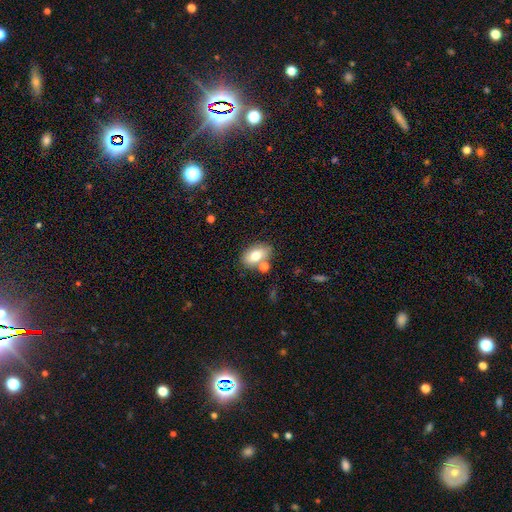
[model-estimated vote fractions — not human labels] Q: Smooth or featured?
A: smooth (73%); runner-up: featured or disk (18%)
Q: How rounded?
A: in between (85%); runner-up: round (13%)
Q: Merging?
A: none (64%); runner-up: merger (17%)